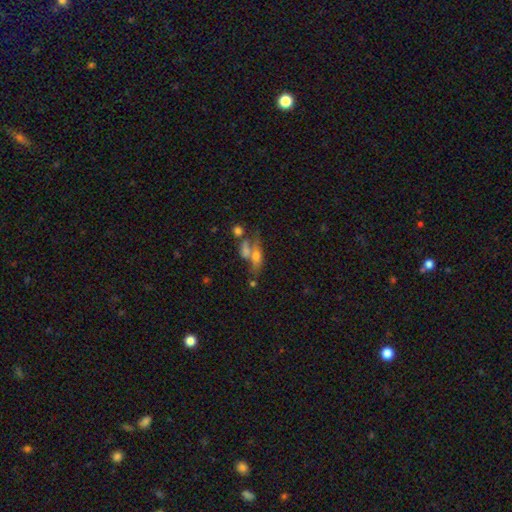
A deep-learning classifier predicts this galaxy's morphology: This is possibly a smooth galaxy (54%). How rounded: likely in between (63%). Merging: marginally merger (43%).